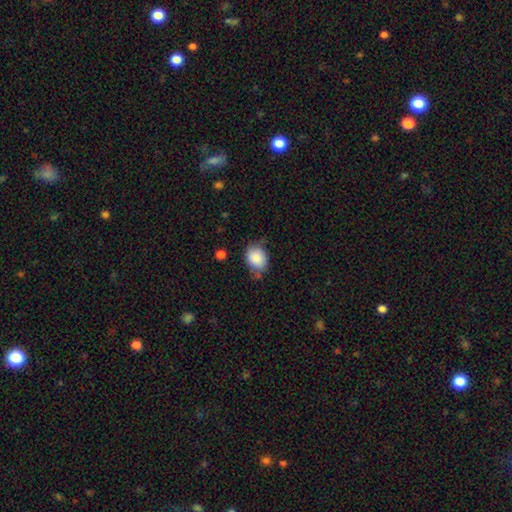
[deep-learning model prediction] smooth-or-featured: smooth: 86% | star or artifact: 7% | featured or disk: 7%
  how-rounded: in between: 55% | round: 44% | cigar-shaped: 1%
  merging: none: 63% | minor disturbance: 26% | major disturbance: 7% | merger: 4%